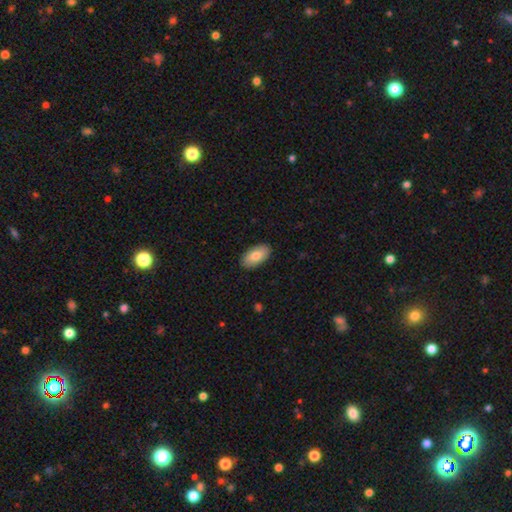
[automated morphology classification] smooth-or-featured: smooth: 80% | featured or disk: 14% | star or artifact: 6%
  how-rounded: in between: 94% | cigar-shaped: 3% | round: 3%
  merging: none: 89% | minor disturbance: 8% | major disturbance: 2% | merger: 1%